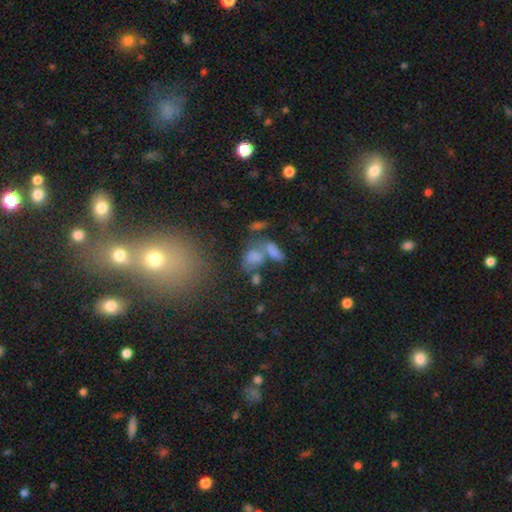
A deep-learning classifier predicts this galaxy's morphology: Q: Smooth or featured?
A: smooth (63%); runner-up: star or artifact (19%)
Q: How rounded?
A: in between (79%); runner-up: round (16%)
Q: Merging?
A: merger (46%); runner-up: none (29%)